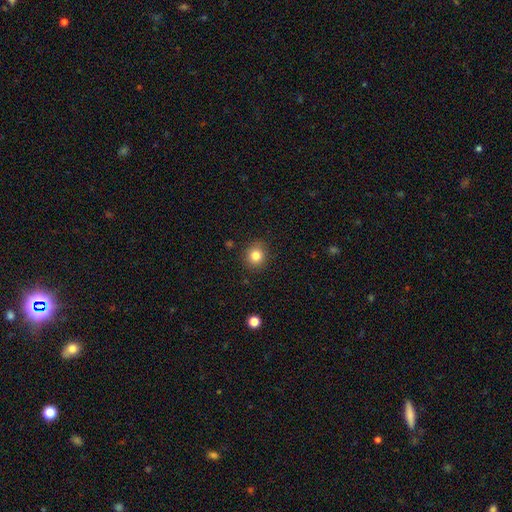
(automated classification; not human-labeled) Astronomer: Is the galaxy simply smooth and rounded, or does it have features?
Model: smooth — 83%.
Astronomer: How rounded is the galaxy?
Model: round — 83%.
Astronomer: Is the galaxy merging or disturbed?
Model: none — 89%.